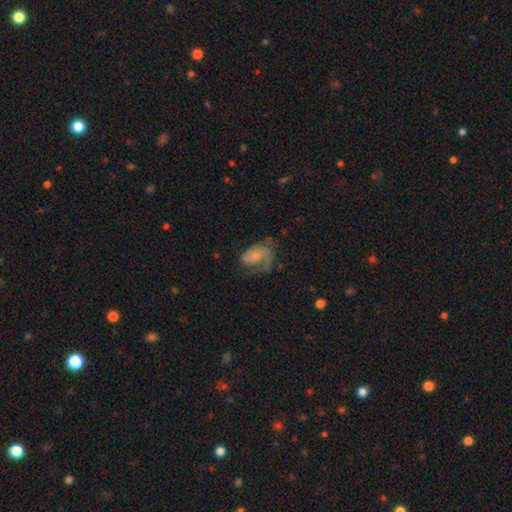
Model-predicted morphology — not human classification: smooth-or-featured: featured or disk: 55% | smooth: 37% | star or artifact: 8%
  disk-edge-on: no: 97% | yes: 3%
    bar: no: 71% | weak: 24% | strong: 5%
    has-spiral-arms: yes: 79% | no: 21%
    bulge-size: small: 46% | moderate: 25% | none: 21% | large: 6% | dominant: 2%
  merging: major disturbance: 38% | none: 35% | minor disturbance: 25% | merger: 2%